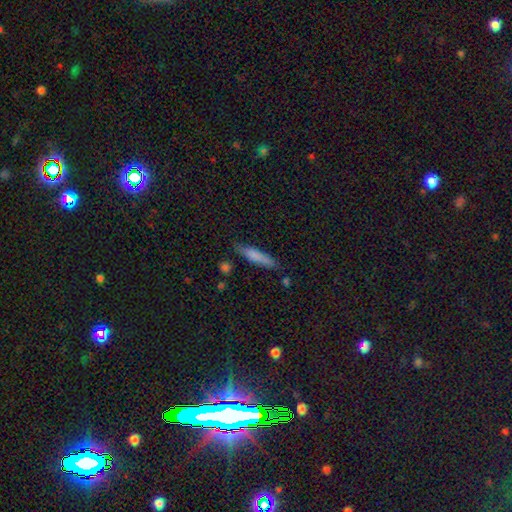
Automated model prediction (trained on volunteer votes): This appears to be a smooth galaxy with no disk features (75%) that is cigar-shaped (84%). Merging: none (78%).